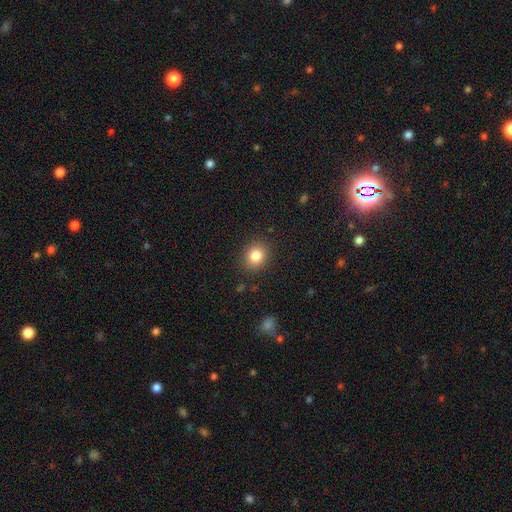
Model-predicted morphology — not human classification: smooth 83%, star or artifact 10%, featured or disk 7%. Down the decision tree: how rounded — round (71%); merging — none (88%).